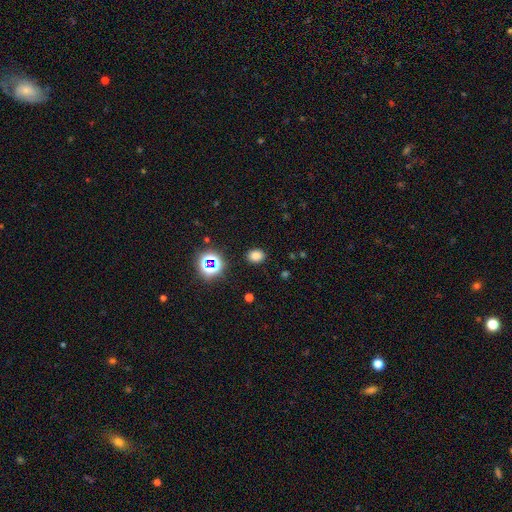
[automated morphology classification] Smooth or featured: smooth — 76% (star or artifact — 19%)
How rounded: in between — 52% (round — 47%)
Merging: none — 87% (minor disturbance — 8%)